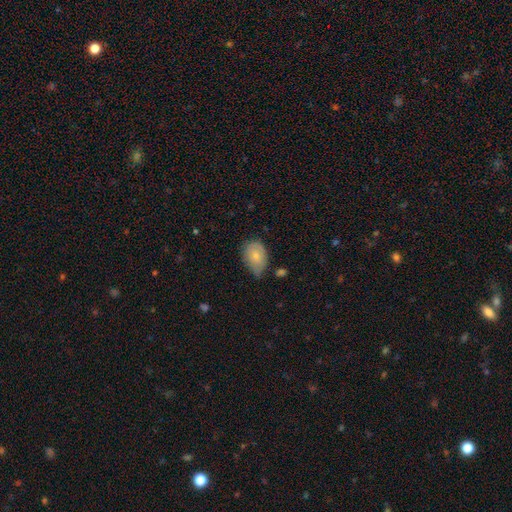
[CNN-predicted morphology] This appears to be a smooth galaxy with no disk features (76%) that is in between round and cigar-shaped (79%). Merging: minor disturbance (43%, tied with none).